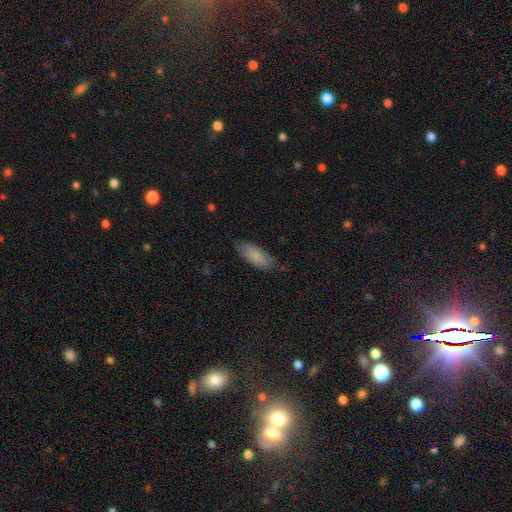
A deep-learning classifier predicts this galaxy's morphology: Smooth or featured? smooth (82%)
How rounded? in between (76%)
Merging? none (79%)